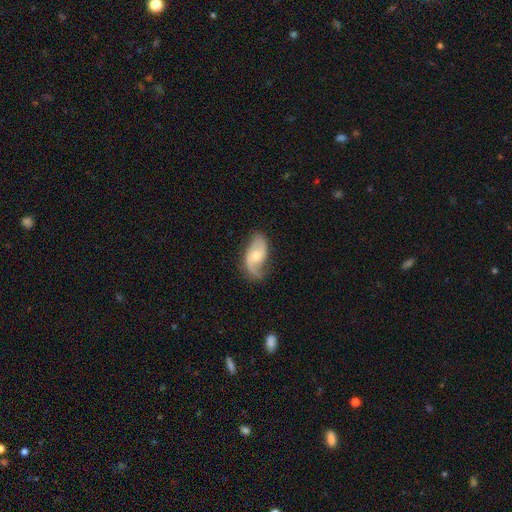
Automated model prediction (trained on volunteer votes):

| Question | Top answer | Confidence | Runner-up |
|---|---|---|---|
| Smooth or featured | featured or disk | 68% | smooth (26%) |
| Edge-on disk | no | 95% | yes (5%) |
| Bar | no | 62% | weak (32%) |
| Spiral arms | yes | 89% | no (11%) |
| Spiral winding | loose | 46% | medium (38%) |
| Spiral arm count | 2 | 76% | 1 (13%) |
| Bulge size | moderate | 57% | small (37%) |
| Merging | none | 64% | minor disturbance (24%) |